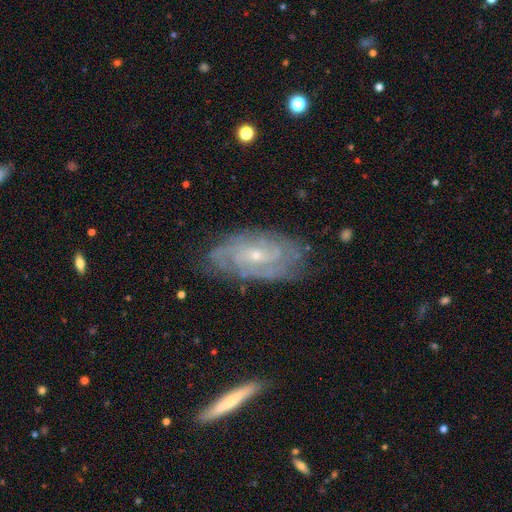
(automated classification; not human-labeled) Smooth or featured?
  - featured or disk: 84% *
  - smooth: 10%
  - star or artifact: 7%
Edge-on disk?
  - no: 94% *
  - yes: 6%
Bar?
  - no: 59% *
  - weak: 33%
  - strong: 7%
Spiral arms?
  - yes: 95% *
  - no: 5%
Spiral winding?
  - tight: 65% *
  - medium: 29%
  - loose: 7%
Spiral arm count?
  - can't tell: 35% *
  - 2: 24%
  - 3: 17%
  - 4: 13%
  - more than 4: 6%
  - 1: 5%
Bulge size?
  - small: 73% *
  - moderate: 23%
  - none: 2%
  - large: 1%
  - dominant: 1%
Merging?
  - none: 76% *
  - minor disturbance: 18%
  - major disturbance: 5%
  - merger: 2%